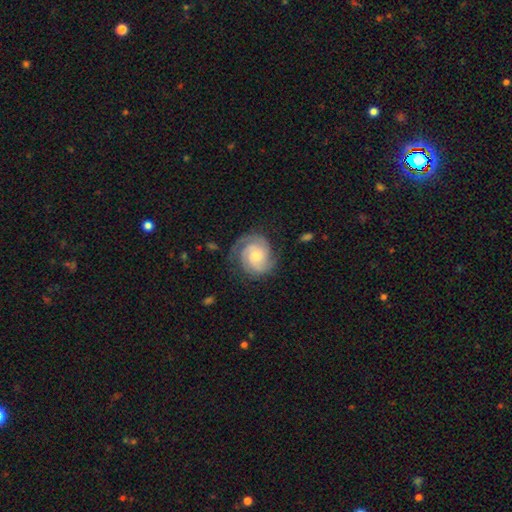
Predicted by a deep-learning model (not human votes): A featured or disk galaxy (82%) with no bar (71%), 2 (42%) tight (63%) spiral arms (97%) and a small central bulge (47%). Merging: none (73%).